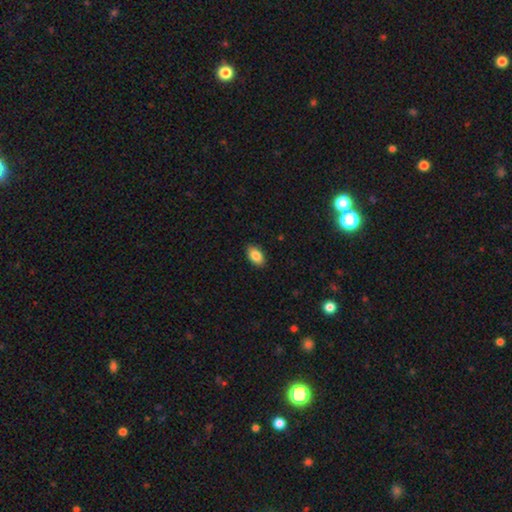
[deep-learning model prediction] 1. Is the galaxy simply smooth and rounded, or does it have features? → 85% smooth, 7% star or artifact, 7% featured or disk.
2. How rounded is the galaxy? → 92% in between, 6% round, 2% cigar-shaped.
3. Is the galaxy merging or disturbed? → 89% none, 8% minor disturbance, 2% major disturbance, 1% merger.